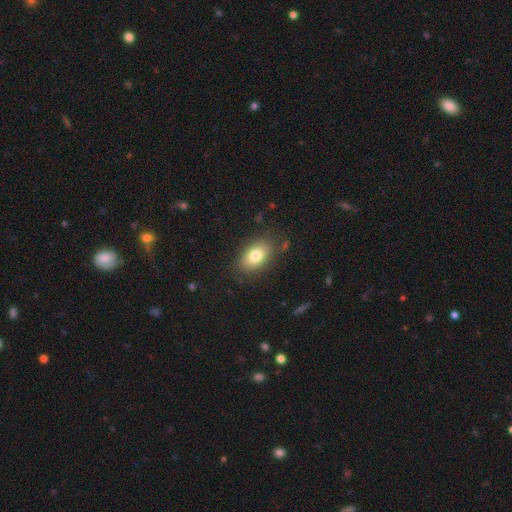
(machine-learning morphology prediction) Smooth or featured? smooth (80%)
How rounded? in between (88%)
Merging? none (81%)